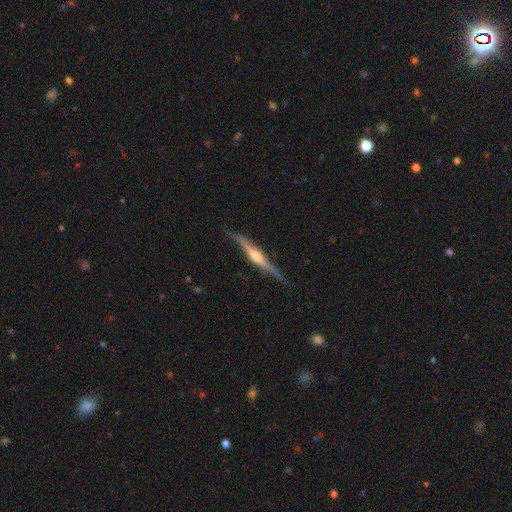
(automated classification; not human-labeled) A featured or disk galaxy (75%) viewed edge-on (97%) with a rounded central bulge (72%). Merging: none (77%).